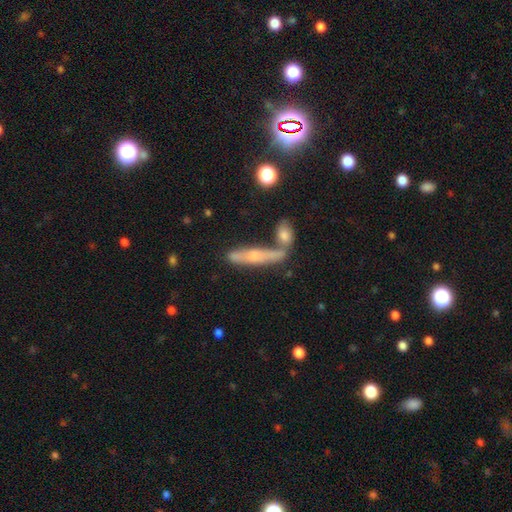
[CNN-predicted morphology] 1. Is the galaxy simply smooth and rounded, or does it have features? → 52% featured or disk, 37% smooth, 12% star or artifact.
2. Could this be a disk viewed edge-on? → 86% yes, 14% no.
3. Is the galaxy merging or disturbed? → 55% none, 27% merger, 13% minor disturbance, 5% major disturbance.